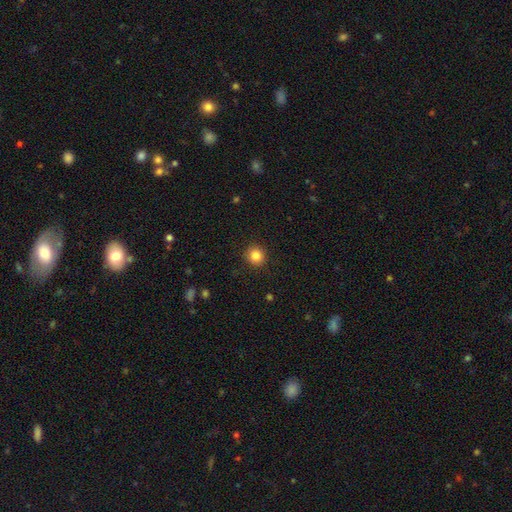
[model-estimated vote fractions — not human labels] A smooth galaxy with no disk features (85%) that is round (91%). Merging: none (91%).